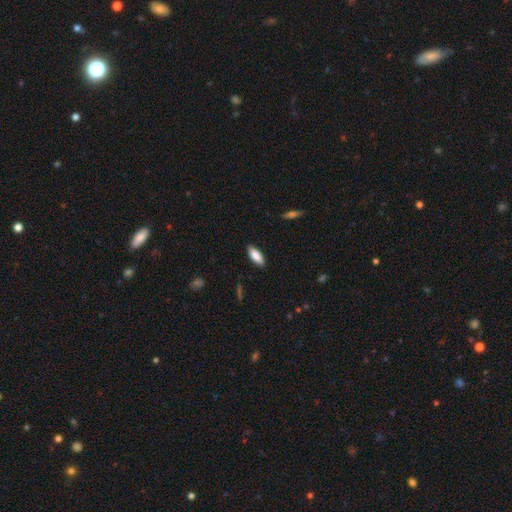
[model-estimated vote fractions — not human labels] A smooth galaxy with no disk features (85%) that is in between round and cigar-shaped (73%).

Vote fractions:
- Smooth or featured? smooth: 85% / featured or disk: 9% / star or artifact: 6%
- How rounded? in between: 73% / cigar-shaped: 25% / round: 2%
- Merging? none: 88% / minor disturbance: 9% / major disturbance: 2% / merger: 1%